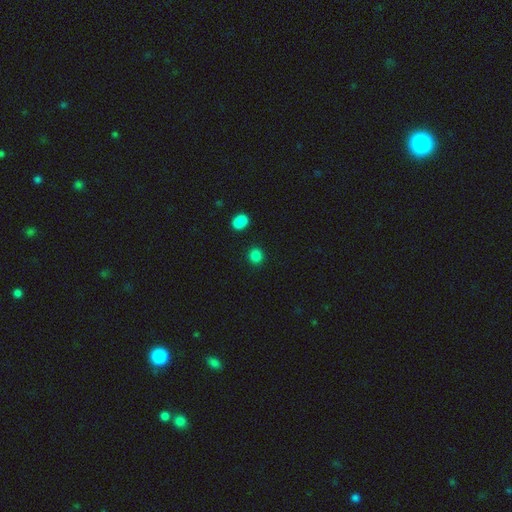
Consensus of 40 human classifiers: Overall: smooth (92%). How rounded: round (81%). Merging: none (84%).